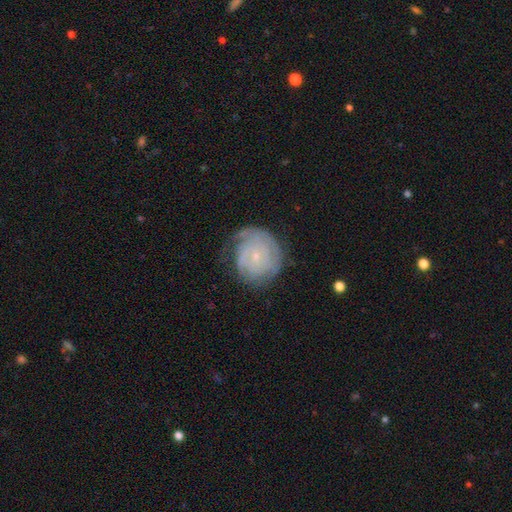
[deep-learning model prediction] smooth-or-featured: featured or disk: 72% | smooth: 21% | star or artifact: 7%
  disk-edge-on: no: 98% | yes: 2%
    bar: no: 81% | weak: 17% | strong: 3%
    has-spiral-arms: yes: 89% | no: 11%
      spiral-winding: tight: 75% | medium: 18% | loose: 7%
      spiral-arm-count: can't tell: 48% | 2: 17% | 3: 13% | 4: 8% | 1: 8% | more than 4: 5%
    bulge-size: small: 84% | moderate: 11% | none: 2% | large: 1% | dominant: 1%
  merging: none: 62% | minor disturbance: 24% | major disturbance: 13% | merger: 2%